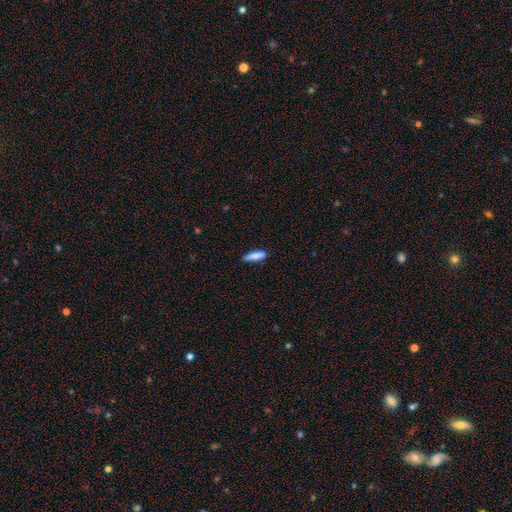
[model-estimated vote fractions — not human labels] smooth 84%, featured or disk 9%, star or artifact 7%. Down the decision tree: how rounded — cigar-shaped (69%); merging — none (79%).